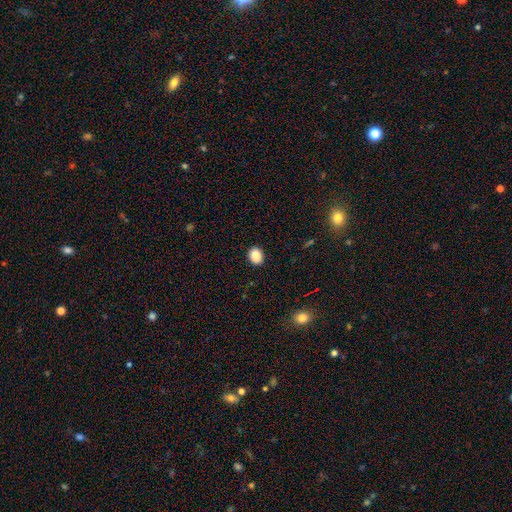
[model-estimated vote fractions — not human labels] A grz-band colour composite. It shows a smooth galaxy with no disk features (88%) that is in between round and cigar-shaped (54%). Merging: none (90%).